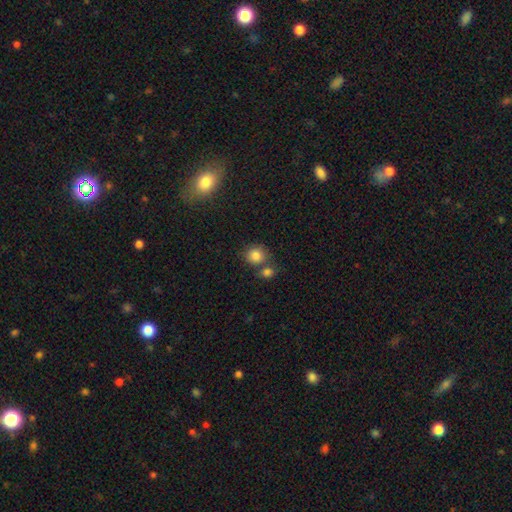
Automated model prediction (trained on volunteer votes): Smooth or featured?
  - smooth: 83% *
  - star or artifact: 10%
  - featured or disk: 7%
How rounded?
  - round: 83% *
  - in between: 16%
  - cigar-shaped: 1%
Merging?
  - none: 58% *
  - merger: 28%
  - minor disturbance: 10%
  - major disturbance: 3%